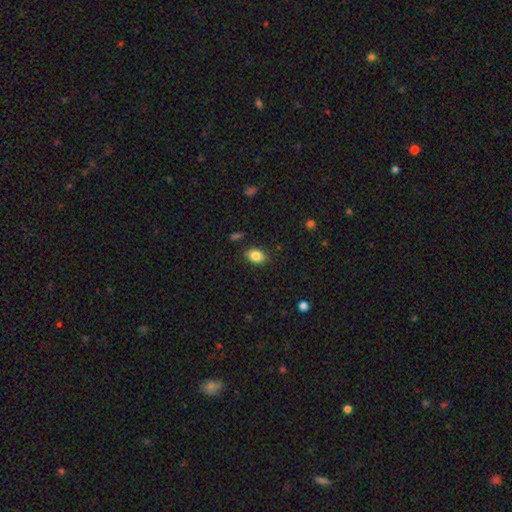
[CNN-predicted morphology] This appears to be a smooth galaxy with no disk features (85%) that is in between round and cigar-shaped (78%). Merging: none (85%).